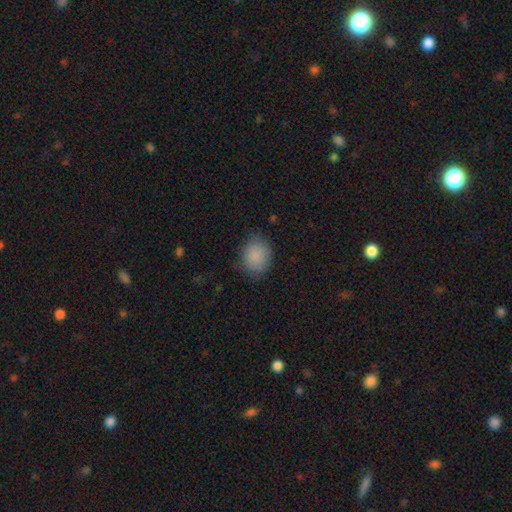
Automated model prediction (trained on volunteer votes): The model was most divided on "how rounded": round: 52%, in between: 47%, cigar-shaped: 1%. More confident: smooth or featured — smooth (87%); merging — none (78%).